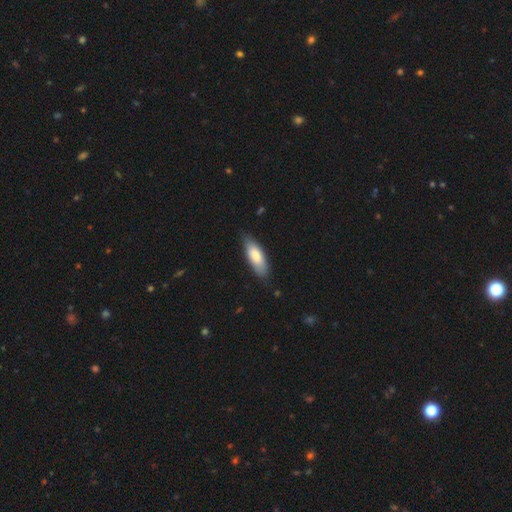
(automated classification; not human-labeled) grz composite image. It shows a smooth galaxy with no disk features (79%) that is in between round and cigar-shaped (67%). Merging: none (81%).